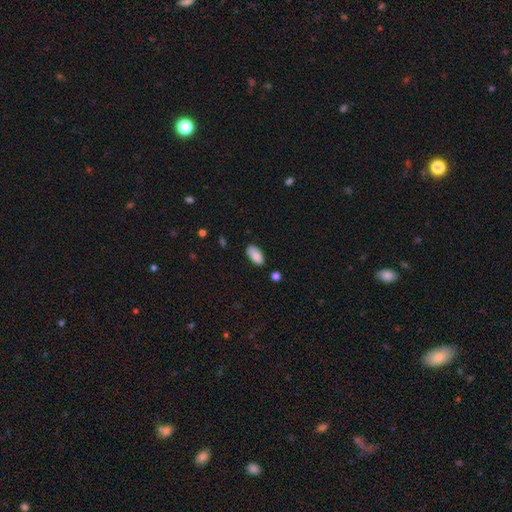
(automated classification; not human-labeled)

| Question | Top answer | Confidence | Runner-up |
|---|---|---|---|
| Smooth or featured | smooth | 88% | star or artifact (7%) |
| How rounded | in between | 92% | cigar-shaped (6%) |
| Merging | none | 81% | minor disturbance (14%) |